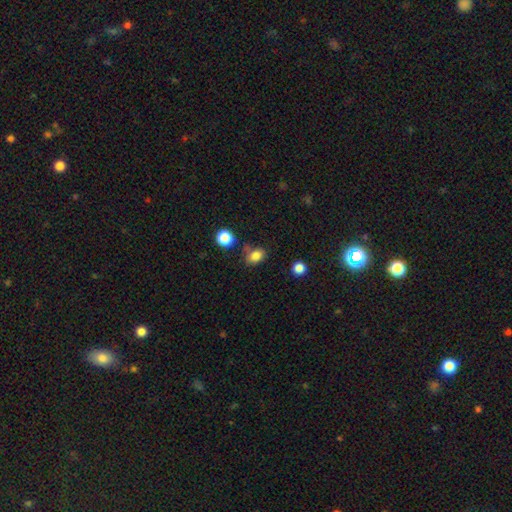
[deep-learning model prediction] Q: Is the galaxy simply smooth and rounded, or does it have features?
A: smooth — 83%.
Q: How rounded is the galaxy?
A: in between — 66%.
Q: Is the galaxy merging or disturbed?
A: none — 66%.